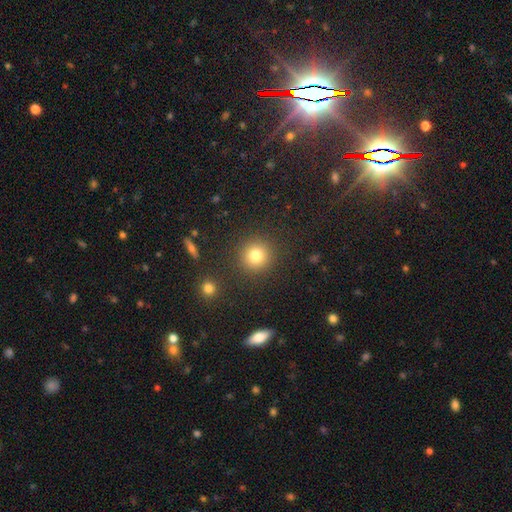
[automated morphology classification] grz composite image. It shows a smooth galaxy with no disk features (80%) that is round (93%). Merging: none (89%).